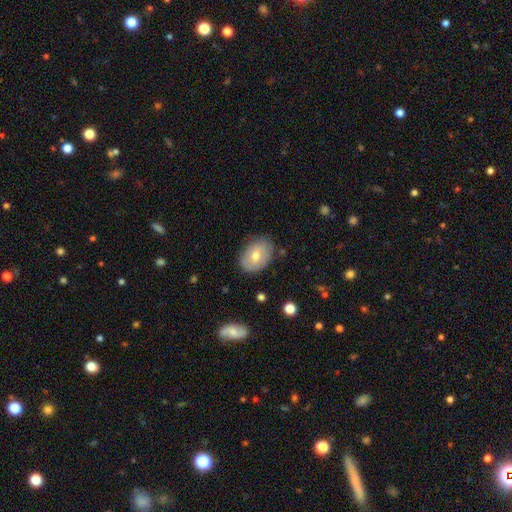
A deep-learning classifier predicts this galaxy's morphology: This is likely a smooth galaxy (70%). How rounded: likely in between (77%). Merging: likely none (78%).